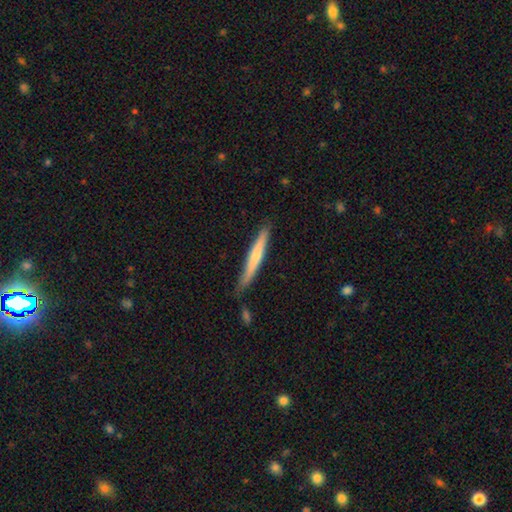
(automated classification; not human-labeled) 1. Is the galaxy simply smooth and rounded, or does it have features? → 59% smooth, 36% featured or disk, 5% star or artifact.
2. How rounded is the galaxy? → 96% cigar-shaped, 3% in between, 1% round.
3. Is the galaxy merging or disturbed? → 79% none, 16% minor disturbance, 3% merger, 3% major disturbance.